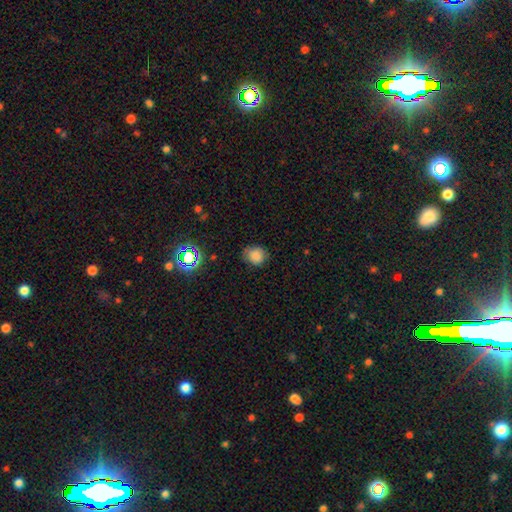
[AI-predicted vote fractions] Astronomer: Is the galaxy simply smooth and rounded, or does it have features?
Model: smooth — 81%.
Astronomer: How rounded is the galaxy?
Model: round — 82%.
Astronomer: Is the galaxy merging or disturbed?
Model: none — 75%.